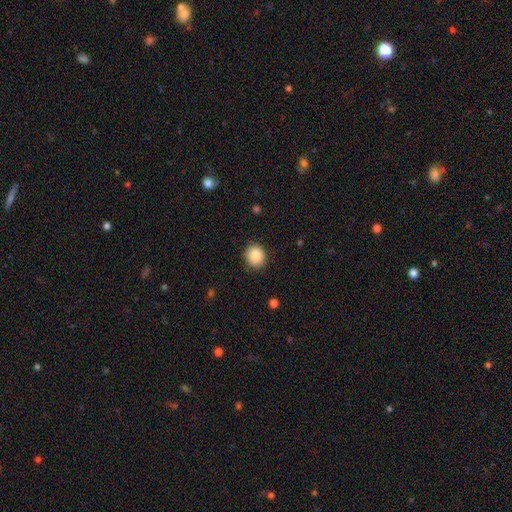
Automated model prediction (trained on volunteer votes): smooth_or_featured: smooth (p=0.86) [alt: star or artifact p=0.08]
how_rounded: round (p=0.75) [alt: in between p=0.25]
merging: none (p=0.89) [alt: minor disturbance p=0.08]